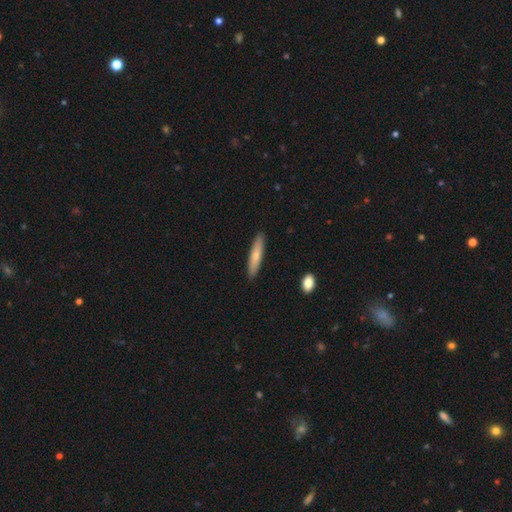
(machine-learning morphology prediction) Smooth or featured? Predicted: smooth (p=0.70). How rounded? Predicted: cigar-shaped (p=0.87). Merging? Predicted: none (p=0.90).